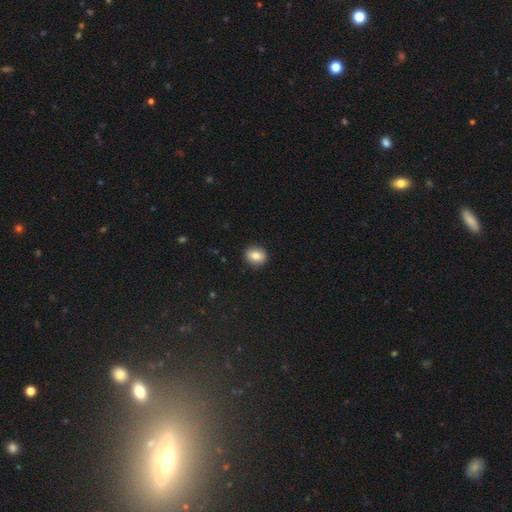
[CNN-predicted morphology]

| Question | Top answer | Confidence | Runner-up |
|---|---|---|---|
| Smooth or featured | smooth | 83% | star or artifact (9%) |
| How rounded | round | 56% | in between (42%) |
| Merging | none | 90% | minor disturbance (7%) |